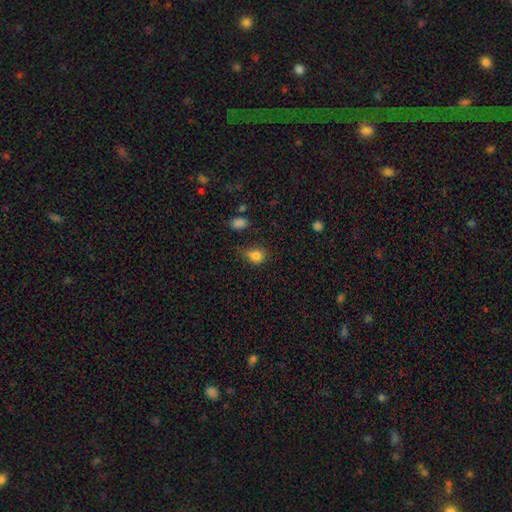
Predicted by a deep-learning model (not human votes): Smooth or featured? Predicted: smooth (p=0.83). How rounded? Predicted: in between (p=0.53). Merging? Predicted: none (p=0.57).